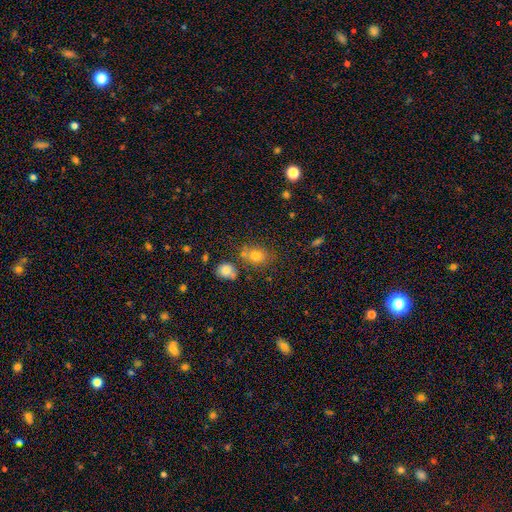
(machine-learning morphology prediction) This appears to be a smooth galaxy with no disk features (75%) that is in between round and cigar-shaped (53%). Merging: none (59%).